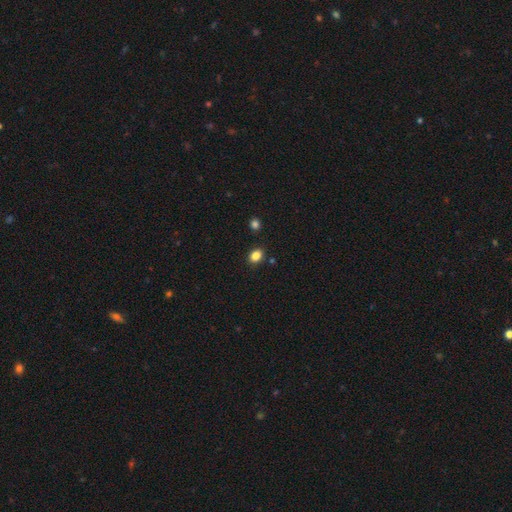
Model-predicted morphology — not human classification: type=smooth (85%); roundness=in between (60%); merging=none (85%).